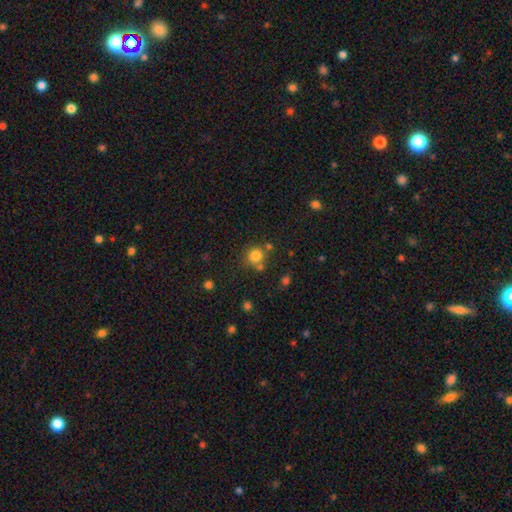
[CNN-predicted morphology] smooth 80%, star or artifact 13%, featured or disk 6%. Down the decision tree: how rounded — round (89%); merging — none (70%).